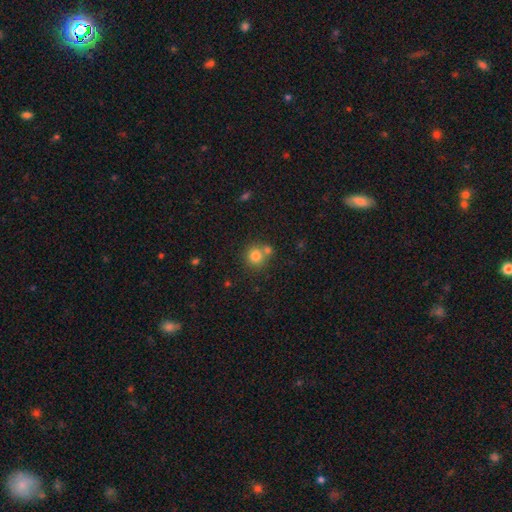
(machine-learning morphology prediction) The model was most divided on "merging": none: 60%, merger: 29%, minor disturbance: 9%, major disturbance: 3%. More confident: how rounded — round (91%); smooth or featured — smooth (79%).